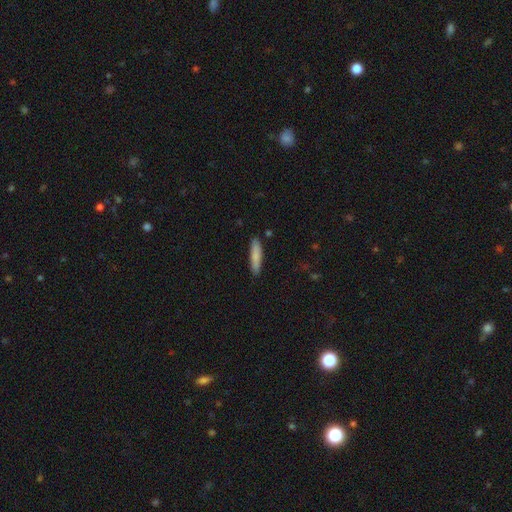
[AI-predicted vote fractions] This is clearly a smooth galaxy (82%). How rounded: clearly cigar-shaped (81%). Merging: clearly none (87%).